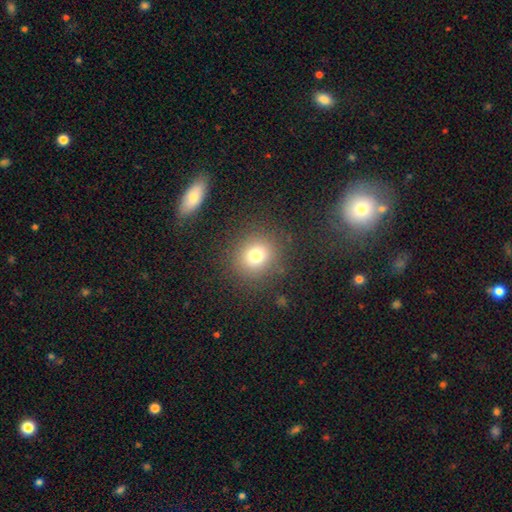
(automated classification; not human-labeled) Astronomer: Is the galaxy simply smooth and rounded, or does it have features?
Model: smooth — 75%.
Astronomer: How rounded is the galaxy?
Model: round — 84%.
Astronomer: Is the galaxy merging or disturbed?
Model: none — 86%.